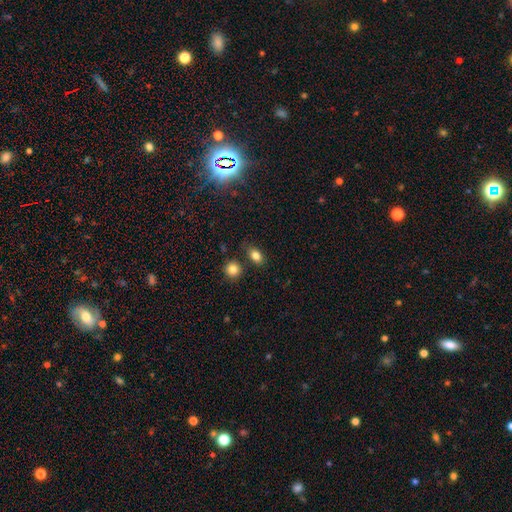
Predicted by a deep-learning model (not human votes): smooth-or-featured: smooth: 82% | star or artifact: 11% | featured or disk: 7%
  how-rounded: in between: 76% | round: 22% | cigar-shaped: 2%
  merging: none: 76% | minor disturbance: 13% | merger: 8% | major disturbance: 3%